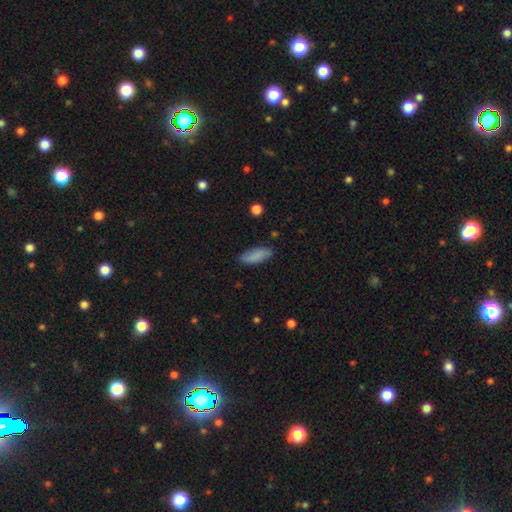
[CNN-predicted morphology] smooth-or-featured: smooth: 85% | featured or disk: 9% | star or artifact: 6%
  how-rounded: in between: 66% | cigar-shaped: 32% | round: 2%
  merging: none: 85% | minor disturbance: 12% | major disturbance: 2% | merger: 1%